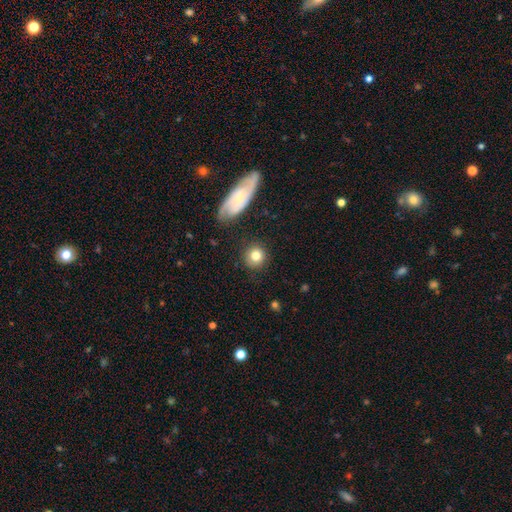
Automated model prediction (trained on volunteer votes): Overall: smooth (79%). How rounded: round (90%). Merging: none (86%).